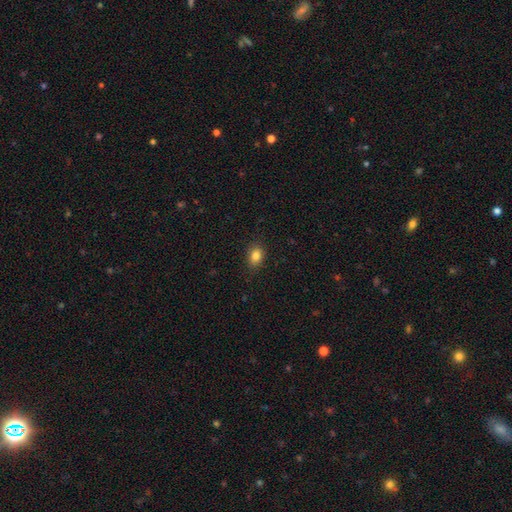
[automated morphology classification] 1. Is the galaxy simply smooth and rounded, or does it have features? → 85% smooth, 10% star or artifact, 5% featured or disk.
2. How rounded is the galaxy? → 75% in between, 23% round, 1% cigar-shaped.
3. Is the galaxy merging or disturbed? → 87% none, 10% minor disturbance, 2% major disturbance, 1% merger.